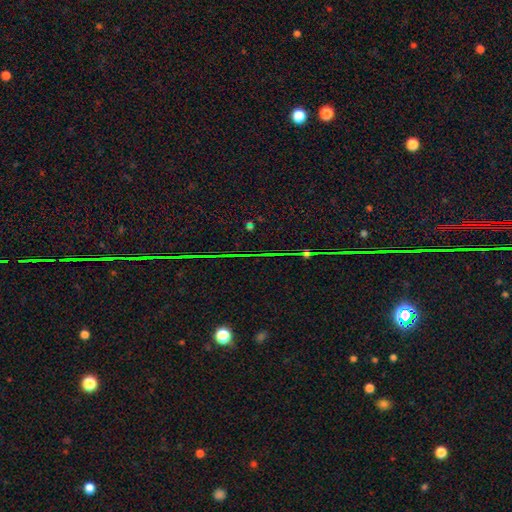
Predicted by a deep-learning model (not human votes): Smooth or featured: star or artifact — 83% (smooth — 9%)